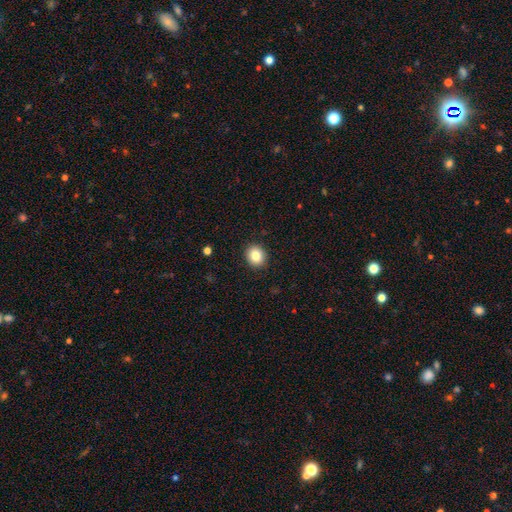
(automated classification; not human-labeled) This is clearly a smooth galaxy (83%). How rounded: likely round (76%). Merging: clearly none (91%).